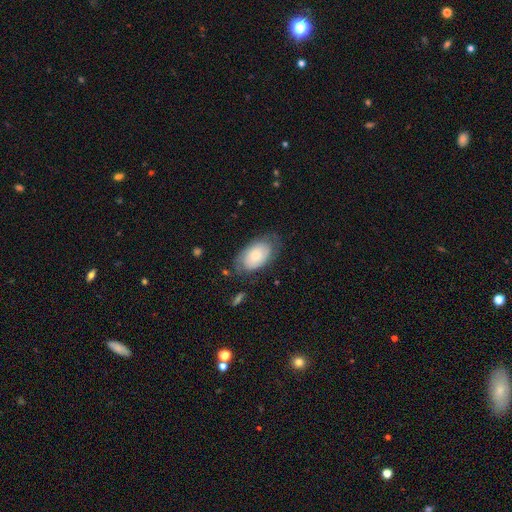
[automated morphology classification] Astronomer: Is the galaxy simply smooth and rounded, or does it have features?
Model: smooth — 62%.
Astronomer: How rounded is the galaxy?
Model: in between — 92%.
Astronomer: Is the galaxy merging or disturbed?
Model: none — 64%.